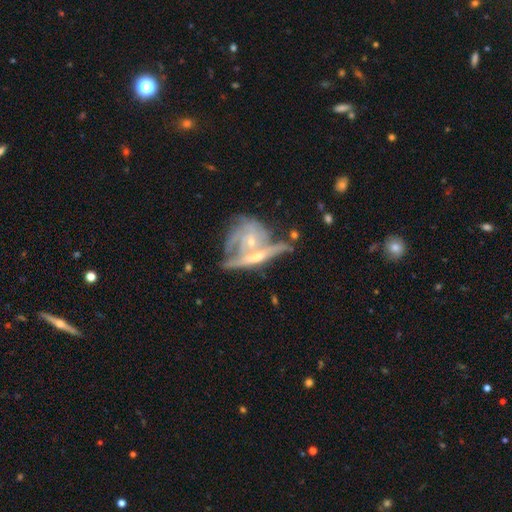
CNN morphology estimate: This is likely a featured or disk galaxy (73%). It is possibly viewed edge-on (52%). Merging: possibly merger (54%).